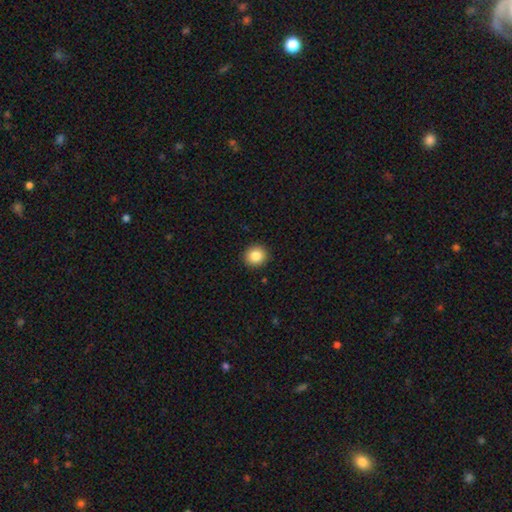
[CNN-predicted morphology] smooth 85%, star or artifact 10%, featured or disk 6%. Down the decision tree: how rounded — round (89%); merging — none (92%).